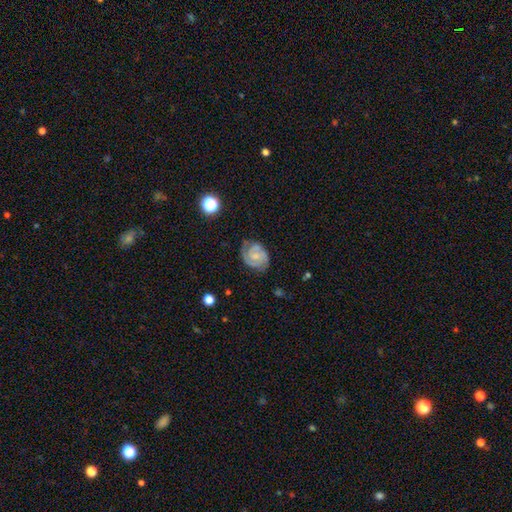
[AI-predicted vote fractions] Smooth or featured? Predicted: featured or disk (p=0.80). Edge-on disk? Predicted: no (p=0.98). Bar? Predicted: no (p=0.52). Spiral arms? Predicted: yes (p=0.96). Spiral winding? Predicted: tight (p=0.60). Spiral arm count? Predicted: 2 (p=0.69). Bulge size? Predicted: small (p=0.48). Merging? Predicted: none (p=0.71).